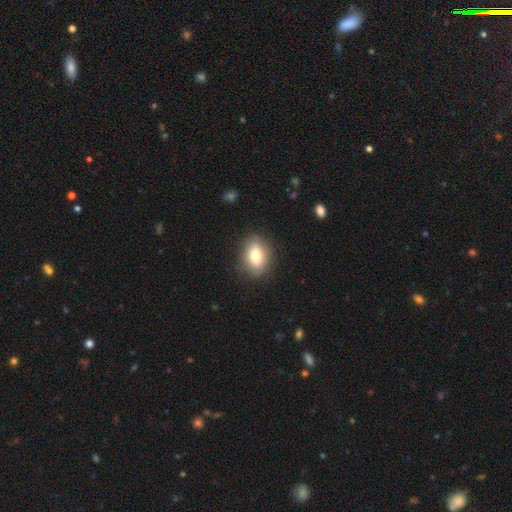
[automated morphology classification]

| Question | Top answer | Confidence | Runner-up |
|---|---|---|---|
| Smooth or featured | smooth | 81% | featured or disk (12%) |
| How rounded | in between | 80% | round (18%) |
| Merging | none | 83% | minor disturbance (12%) |